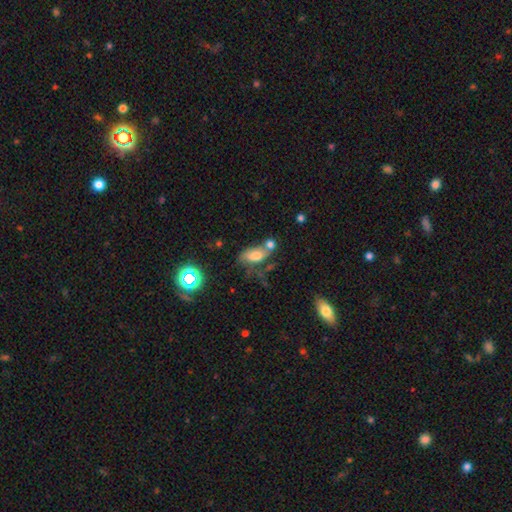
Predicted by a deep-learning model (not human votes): The model was most divided on "merging": none: 33%, merger: 31%, minor disturbance: 19%, major disturbance: 16%. More confident: how rounded — in between (86%); smooth or featured — smooth (63%).